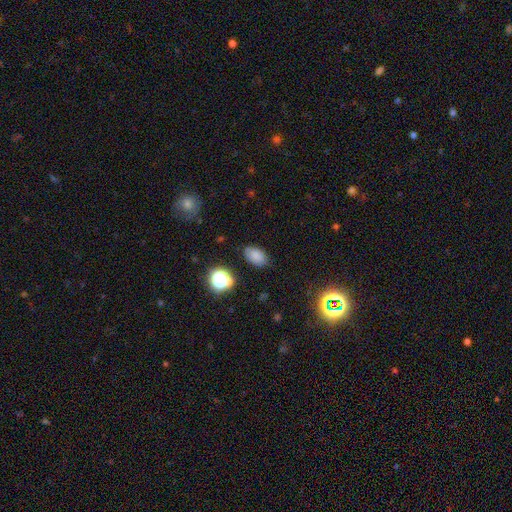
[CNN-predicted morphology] Smooth or featured?
  - smooth: 77% *
  - star or artifact: 15%
  - featured or disk: 8%
How rounded?
  - in between: 86% *
  - round: 13%
  - cigar-shaped: 1%
Merging?
  - none: 79% *
  - minor disturbance: 15%
  - major disturbance: 4%
  - merger: 2%